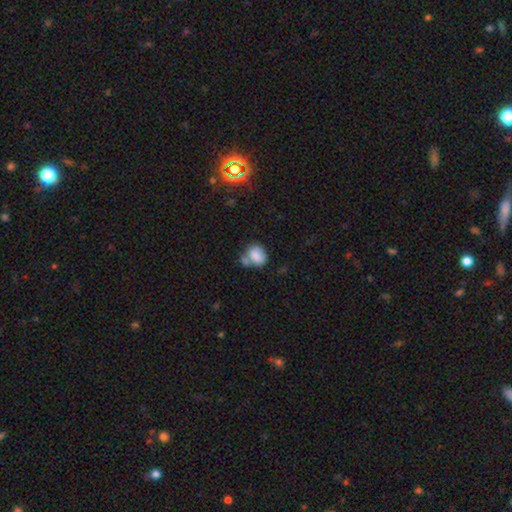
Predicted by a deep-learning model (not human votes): Overall: smooth (82%). How rounded: in between (50%; round 49%). Merging: none (40%; merger 37%).